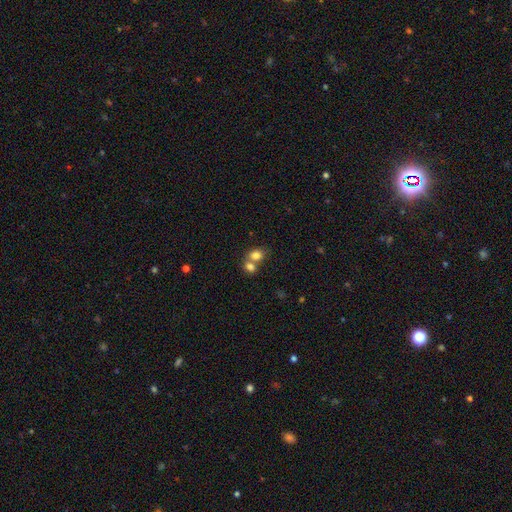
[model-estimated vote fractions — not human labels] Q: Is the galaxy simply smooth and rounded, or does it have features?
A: smooth — 79%.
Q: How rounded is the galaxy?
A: round — 56%.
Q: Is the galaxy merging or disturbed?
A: merger — 56%.